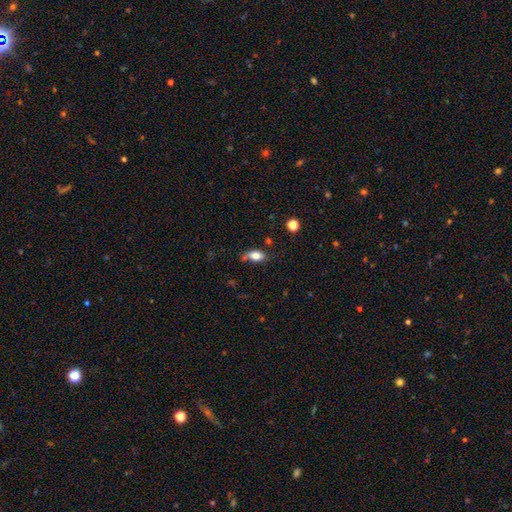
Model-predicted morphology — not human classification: This appears to be a smooth galaxy with no disk features (78%) that is in between round and cigar-shaped (86%). Merging: none (63%).